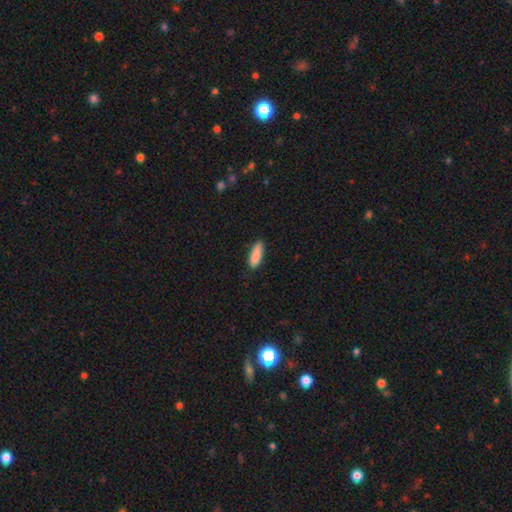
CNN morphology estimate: Q: Smooth or featured?
A: smooth (88%); runner-up: featured or disk (6%)
Q: How rounded?
A: cigar-shaped (52%); runner-up: in between (47%)
Q: Merging?
A: none (79%); runner-up: minor disturbance (17%)